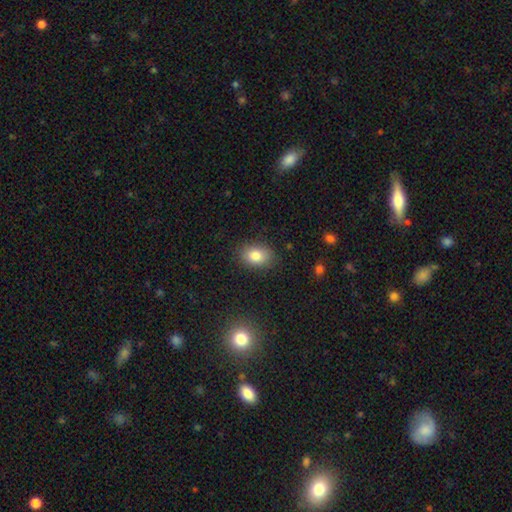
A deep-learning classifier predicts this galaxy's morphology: This is clearly a smooth galaxy (82%). How rounded: likely in between (75%). Merging: clearly none (85%).